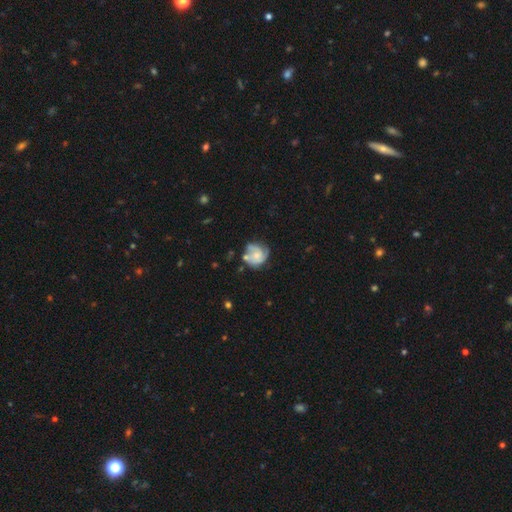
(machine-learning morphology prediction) smooth_or_featured: featured or disk (p=0.66) [alt: smooth p=0.27]
disk_edge_on: no (p=0.98) [alt: yes p=0.02]
bar: no (p=0.76) [alt: weak p=0.21]
has_spiral_arms: yes (p=0.84) [alt: no p=0.16]
spiral_winding: tight (p=0.48) [alt: medium p=0.37]
spiral_arm_count: 3 (p=0.36) [alt: can't tell p=0.25]
bulge_size: small (p=0.53) [alt: moderate p=0.32]
merging: none (p=0.50) [alt: minor disturbance p=0.25]